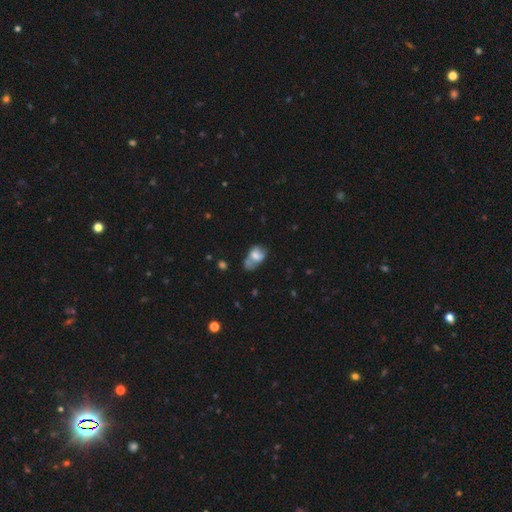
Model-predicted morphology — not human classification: Q: Smooth or featured?
A: smooth (57%); runner-up: featured or disk (32%)
Q: How rounded?
A: in between (80%); runner-up: round (18%)
Q: Merging?
A: merger (27%); runner-up: none (26%)